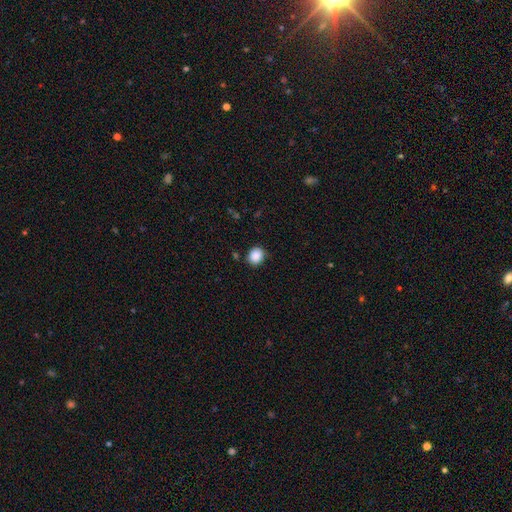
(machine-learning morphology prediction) Smooth or featured: smooth — 88% (star or artifact — 8%)
How rounded: round — 65% (in between — 34%)
Merging: none — 83% (minor disturbance — 12%)